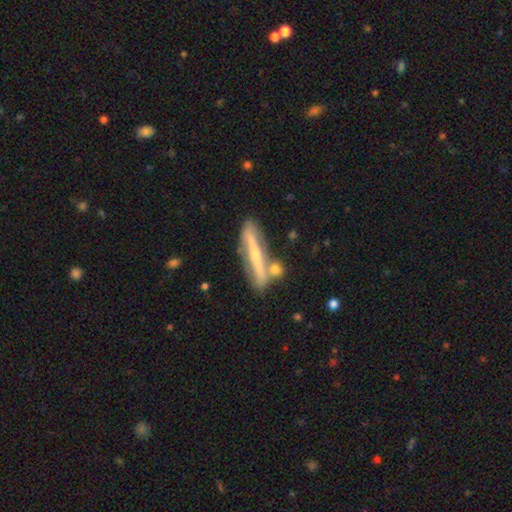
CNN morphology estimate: A featured or disk galaxy (69%) viewed edge-on (86%) with a rounded central bulge (81%). Merging: none (73%).